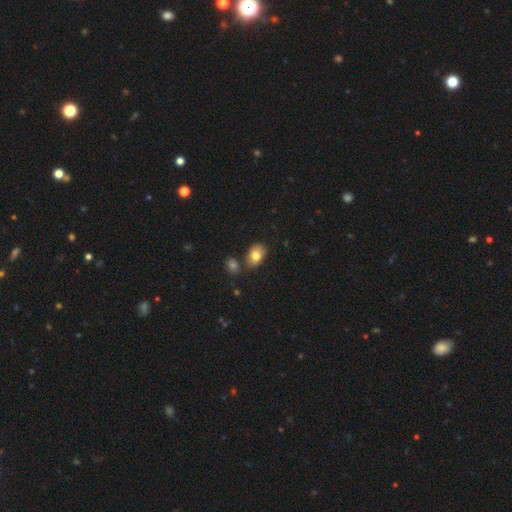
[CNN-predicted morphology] Overall: smooth (80%). How rounded: in between (81%). Merging: none (71%).